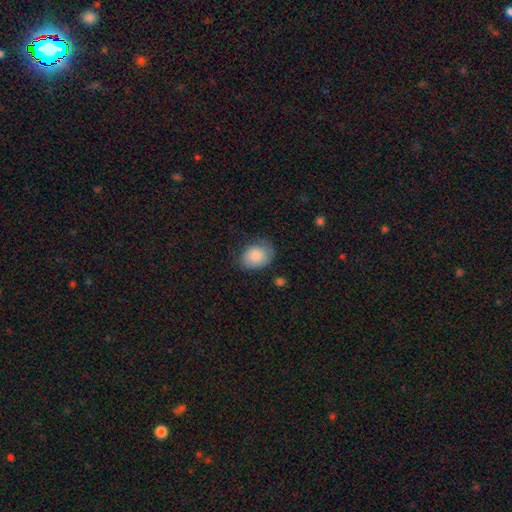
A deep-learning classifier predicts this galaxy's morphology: smooth_or_featured: smooth (p=0.85) [alt: featured or disk p=0.08]
how_rounded: in between (p=0.65) [alt: round p=0.34]
merging: none (p=0.65) [alt: minor disturbance p=0.26]